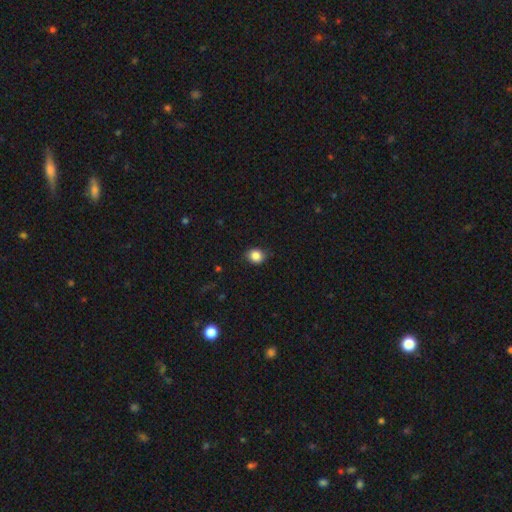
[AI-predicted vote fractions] smooth_or_featured: smooth (p=0.86) [alt: star or artifact p=0.10]
how_rounded: round (p=0.71) [alt: in between p=0.28]
merging: none (p=0.83) [alt: minor disturbance p=0.13]